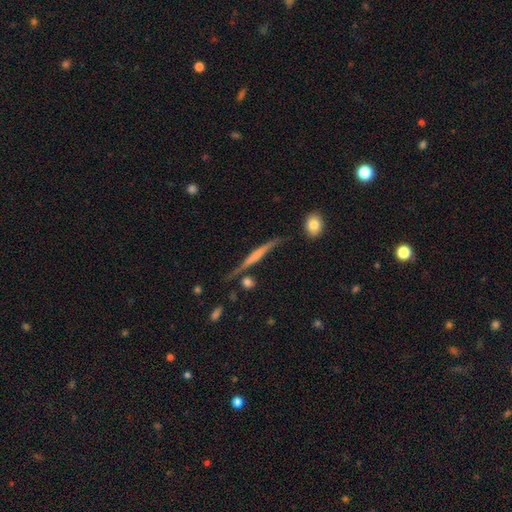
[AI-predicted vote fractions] This is likely a featured or disk galaxy (62%). It is clearly viewed edge-on (95%). Edge-on bulge: possibly none (45%). Merging: likely none (76%).